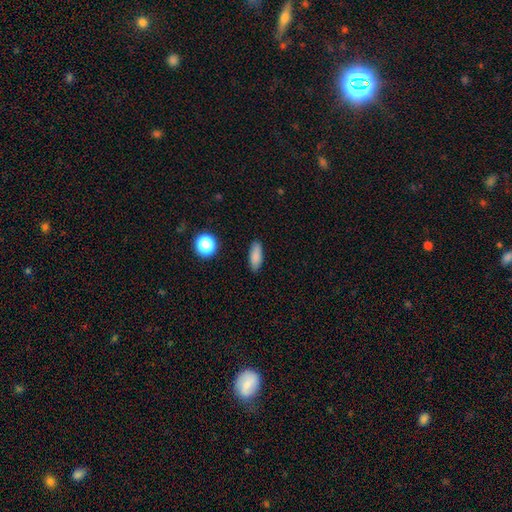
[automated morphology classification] This appears to be a smooth galaxy with no disk features (85%) that is in between round and cigar-shaped (69%). Merging: none (87%).